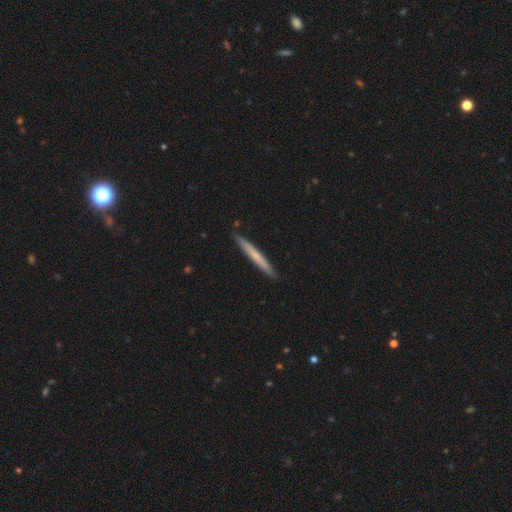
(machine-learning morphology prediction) This appears to be a smooth galaxy with no disk features (58%) that is cigar-shaped (97%). Merging: none (90%).